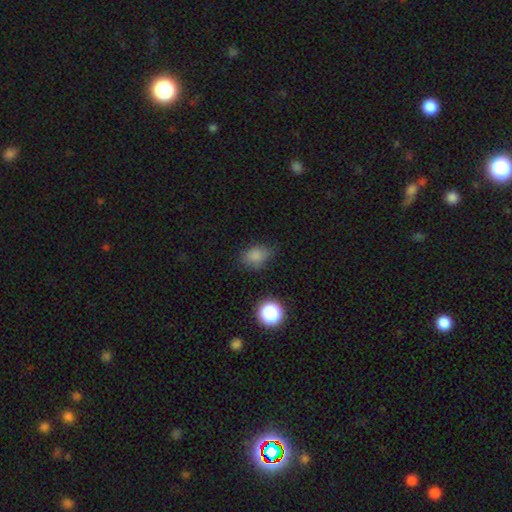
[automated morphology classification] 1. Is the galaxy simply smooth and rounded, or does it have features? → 80% smooth, 14% star or artifact, 6% featured or disk.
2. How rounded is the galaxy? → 68% in between, 31% round, 1% cigar-shaped.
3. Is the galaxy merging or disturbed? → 68% none, 24% minor disturbance, 6% major disturbance, 2% merger.